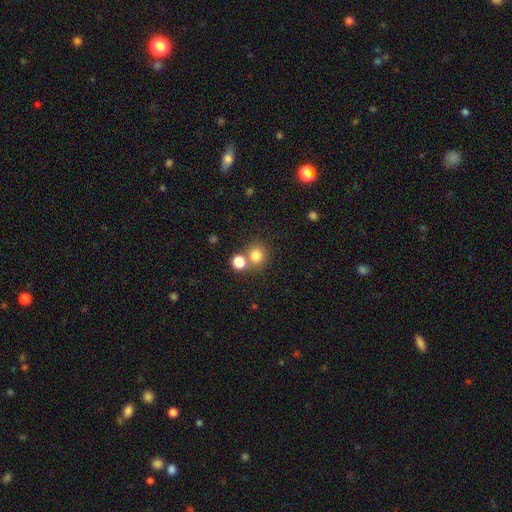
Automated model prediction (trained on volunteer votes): A smooth galaxy with no disk features (80%) that is round (86%). Merging: none (60%).